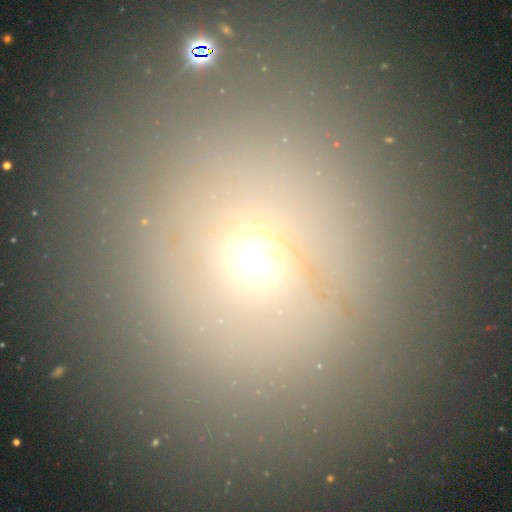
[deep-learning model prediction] This appears to be a smooth galaxy with no disk features (61%) that is round (85%). Merging: none (87%).